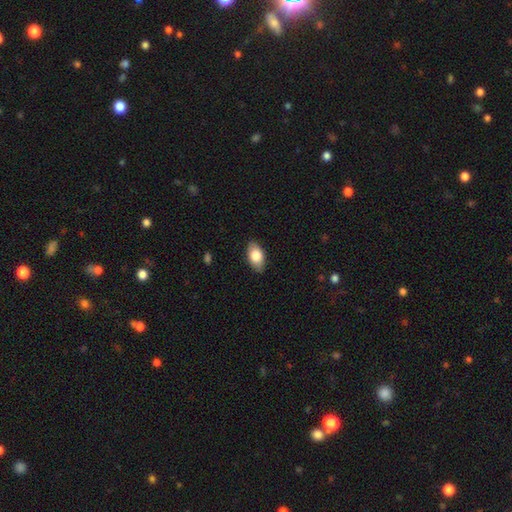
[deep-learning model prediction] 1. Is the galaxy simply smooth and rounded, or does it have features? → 80% smooth, 14% featured or disk, 6% star or artifact.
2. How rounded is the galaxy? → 93% in between, 4% round, 2% cigar-shaped.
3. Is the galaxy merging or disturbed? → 87% none, 10% minor disturbance, 2% major disturbance, 1% merger.